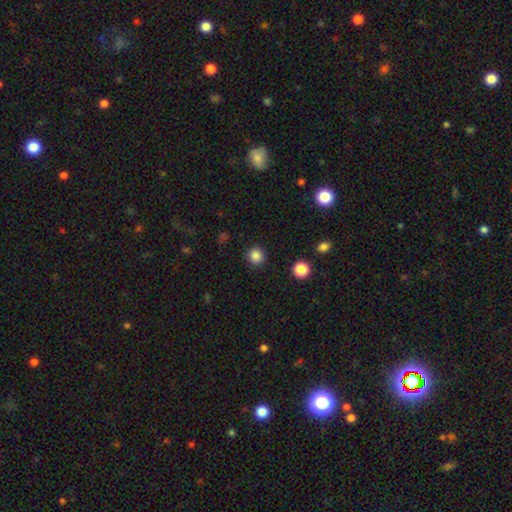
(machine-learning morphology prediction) type=smooth (85%); roundness=round (94%); merging=none (91%).